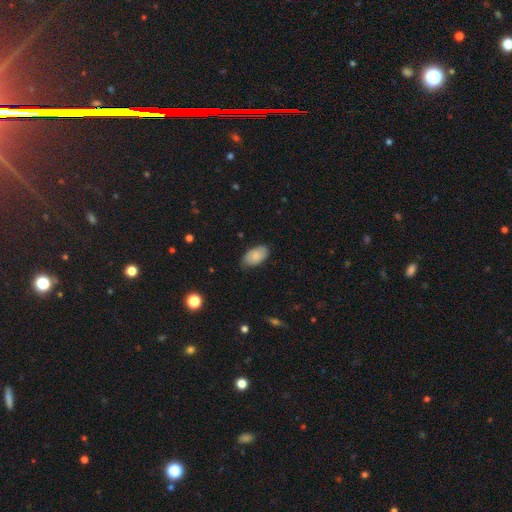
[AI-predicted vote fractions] Smooth or featured?
  - smooth: 84% *
  - featured or disk: 10%
  - star or artifact: 7%
How rounded?
  - in between: 94% *
  - round: 4%
  - cigar-shaped: 2%
Merging?
  - none: 79% *
  - minor disturbance: 17%
  - major disturbance: 3%
  - merger: 1%